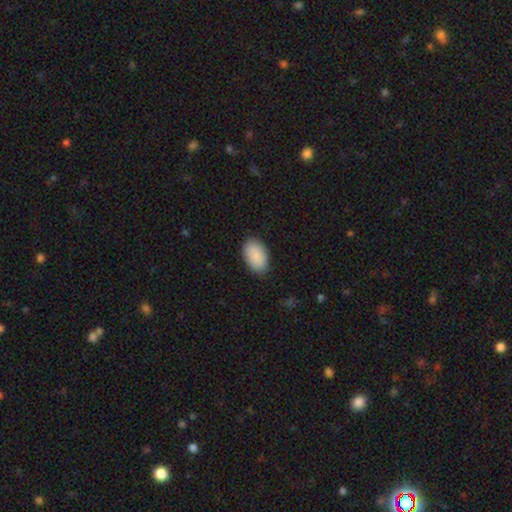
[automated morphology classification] A smooth galaxy with no disk features (91%) that is in between round and cigar-shaped (94%).

Vote fractions:
- Smooth or featured? smooth: 91% / star or artifact: 6% / featured or disk: 4%
- How rounded? in between: 94% / round: 5% / cigar-shaped: 1%
- Merging? none: 86% / minor disturbance: 11% / major disturbance: 2% / merger: 1%